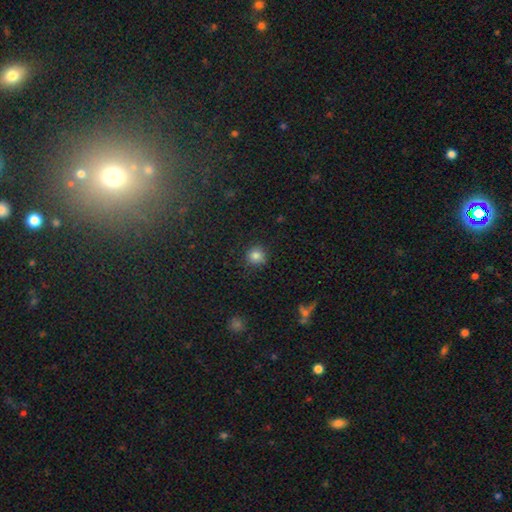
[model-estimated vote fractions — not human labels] Overall: smooth (82%). How rounded: round (91%). Merging: none (86%).